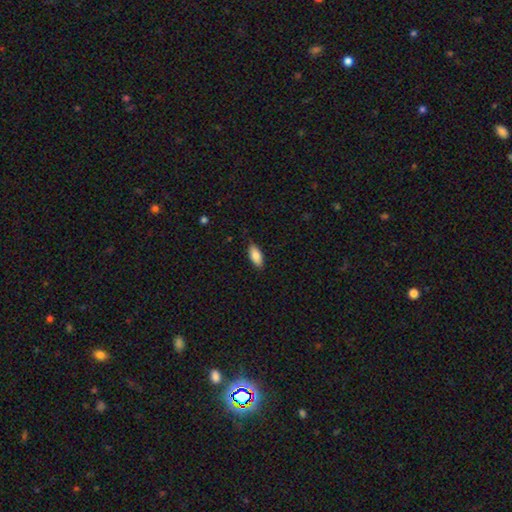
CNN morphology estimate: smooth 86%, featured or disk 8%, star or artifact 6%. Down the decision tree: how rounded — in between (88%); merging — none (84%).